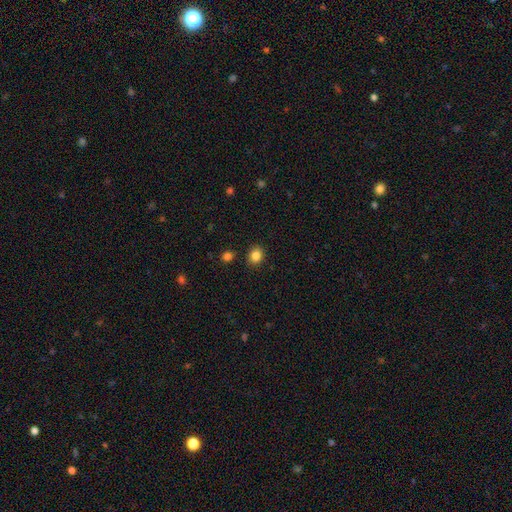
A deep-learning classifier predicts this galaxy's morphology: smooth 85%, star or artifact 11%, featured or disk 4%. Down the decision tree: how rounded — round (66%); merging — none (88%).